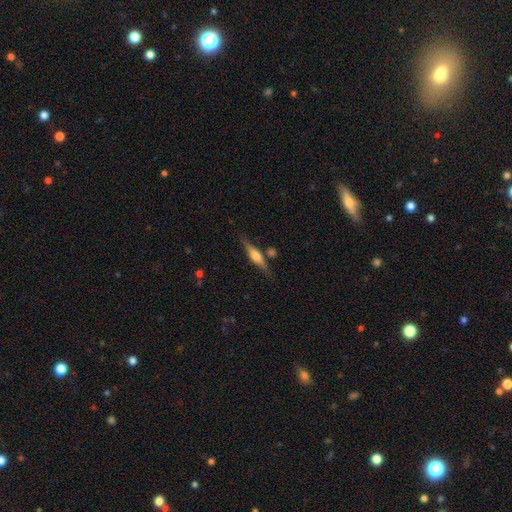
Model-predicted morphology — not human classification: This is likely a featured or disk galaxy (61%). It is clearly viewed edge-on (96%). Edge-on bulge: clearly rounded (80%). Merging: likely none (79%).